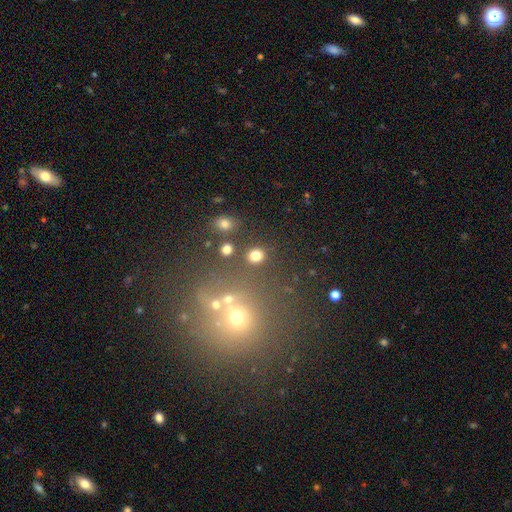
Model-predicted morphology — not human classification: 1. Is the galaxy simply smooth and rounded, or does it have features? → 78% smooth, 15% star or artifact, 6% featured or disk.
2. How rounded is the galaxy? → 73% round, 26% in between, 1% cigar-shaped.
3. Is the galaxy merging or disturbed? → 82% none, 8% minor disturbance, 6% merger, 4% major disturbance.